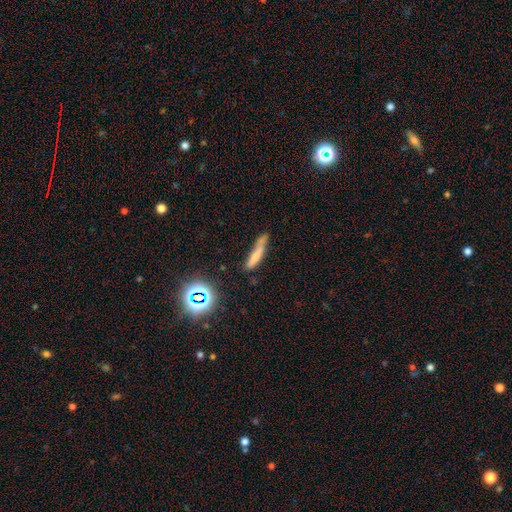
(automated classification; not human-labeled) Overall: smooth (68%). How rounded: cigar-shaped (87%). Merging: none (53%; minor disturbance 27%).